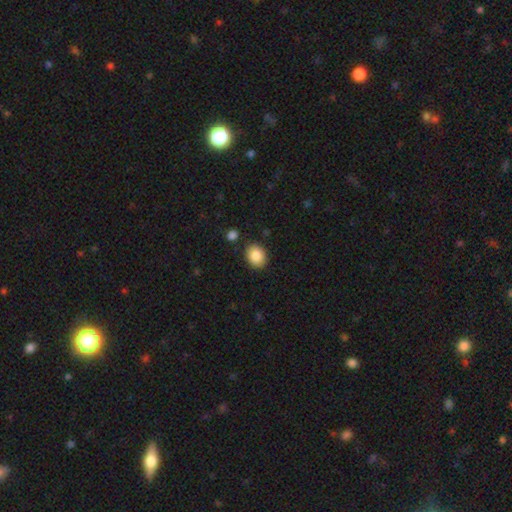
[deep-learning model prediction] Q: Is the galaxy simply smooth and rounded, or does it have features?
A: smooth — 87%.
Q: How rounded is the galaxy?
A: in between — 53%.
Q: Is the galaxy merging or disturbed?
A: none — 87%.